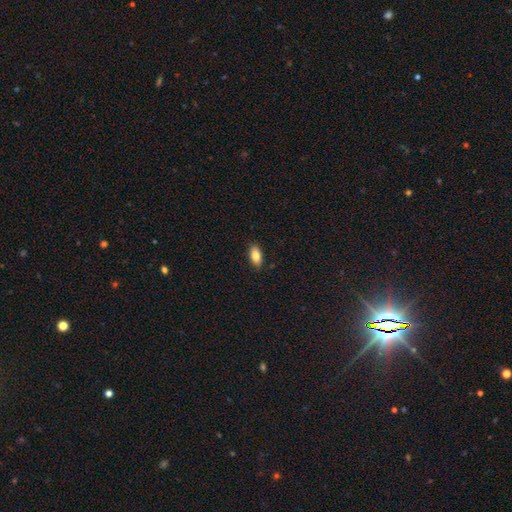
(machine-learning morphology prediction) smooth 83%, featured or disk 10%, star or artifact 7%. Down the decision tree: how rounded — in between (89%); merging — none (88%).